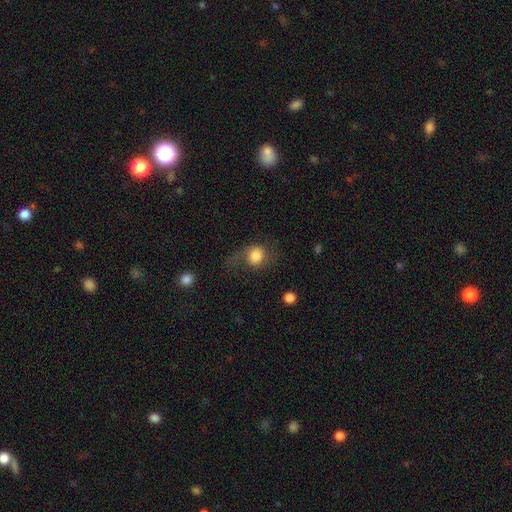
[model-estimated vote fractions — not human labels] smooth-or-featured: smooth: 74% | featured or disk: 18% | star or artifact: 8%
  how-rounded: round: 70% | in between: 29% | cigar-shaped: 1%
  merging: none: 41% | major disturbance: 32% | minor disturbance: 23% | merger: 3%